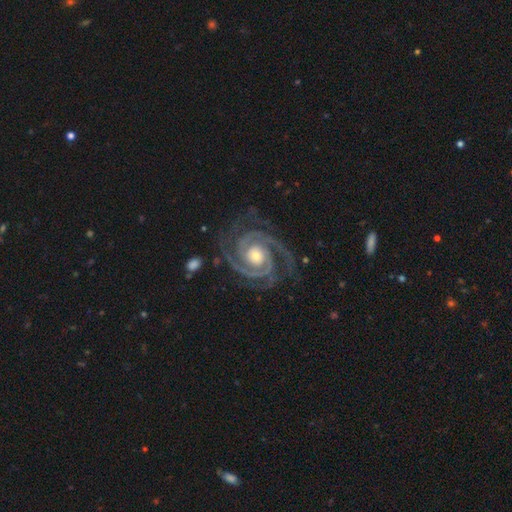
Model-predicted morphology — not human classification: A featured or disk galaxy (94%) with no bar (68%), 2 (66%) tight (70%) spiral arms (99%) and a moderate central bulge (55%). Merging: none (77%).